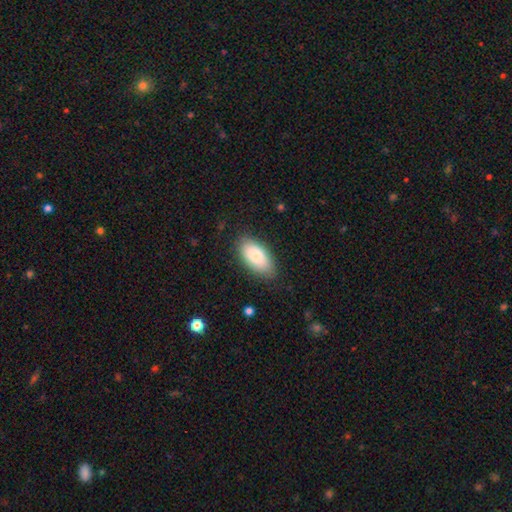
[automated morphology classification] Smooth or featured? Predicted: smooth (p=0.83). How rounded? Predicted: in between (p=0.93). Merging? Predicted: none (p=0.81).